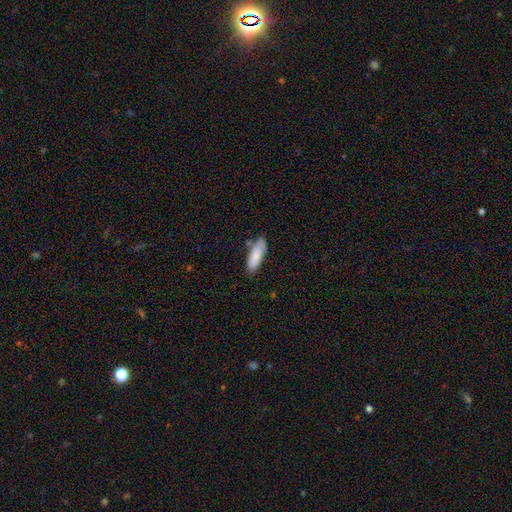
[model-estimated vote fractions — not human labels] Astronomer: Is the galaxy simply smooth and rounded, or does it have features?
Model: smooth — 84%.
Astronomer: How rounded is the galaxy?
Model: in between — 63%.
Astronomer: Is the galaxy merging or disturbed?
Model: none — 74%.